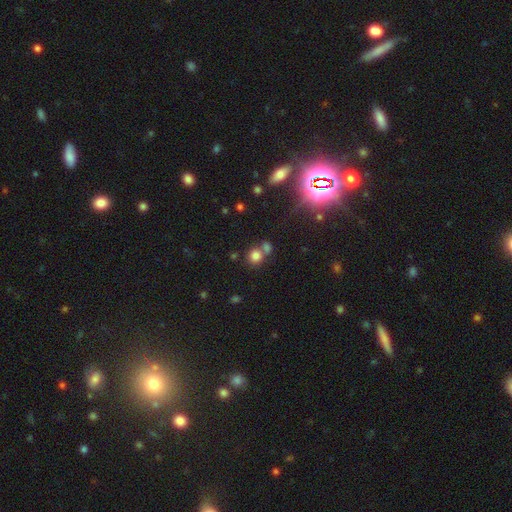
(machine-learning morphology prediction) This is likely a smooth galaxy (75%). How rounded: clearly round (85%). Merging: possibly none (55%).